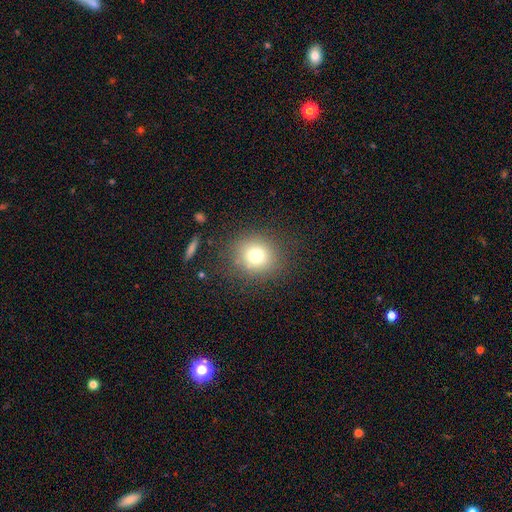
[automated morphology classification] This is likely a smooth galaxy (74%). How rounded: clearly round (81%). Merging: clearly none (82%).